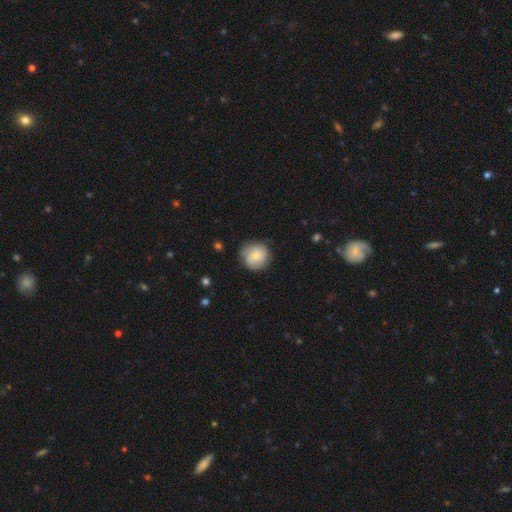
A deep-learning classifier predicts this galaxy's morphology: A smooth galaxy with no disk features (67%) that is round (91%).

Vote fractions:
- Smooth or featured? smooth: 67% / featured or disk: 26% / star or artifact: 7%
- How rounded? round: 91% / in between: 8% / cigar-shaped: 1%
- Merging? none: 77% / minor disturbance: 18% / major disturbance: 4% / merger: 1%